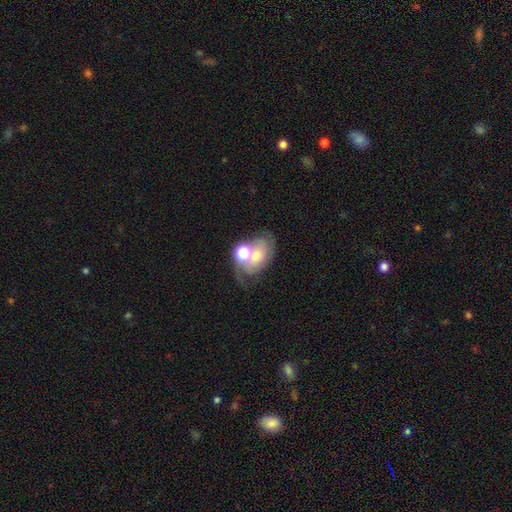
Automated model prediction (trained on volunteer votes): A featured or disk galaxy (48%).

Vote fractions:
- Smooth or featured? featured or disk: 48% / smooth: 39% / star or artifact: 13%
- Merging? merger: 39% / none: 29% / major disturbance: 16% / minor disturbance: 15%